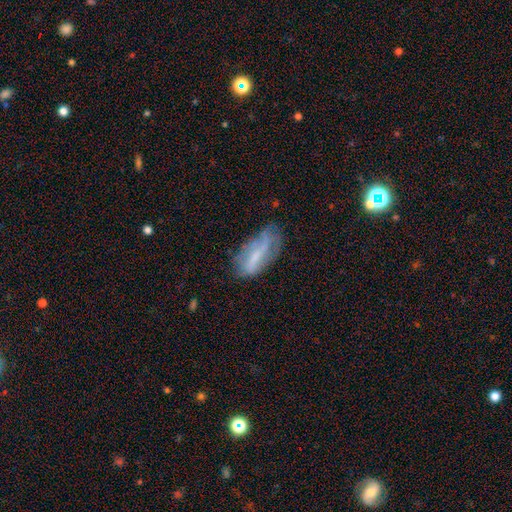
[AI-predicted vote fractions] smooth-or-featured: featured or disk: 48% | smooth: 43% | star or artifact: 9%
  merging: none: 49% | minor disturbance: 32% | major disturbance: 16% | merger: 3%